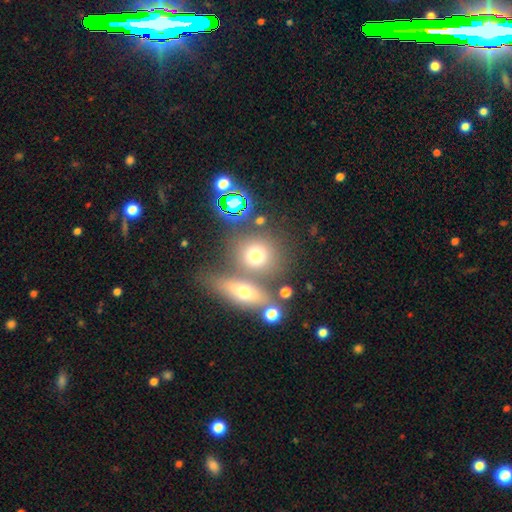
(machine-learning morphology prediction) Smooth or featured? smooth (69%)
How rounded? round (75%)
Merging? none (58%)